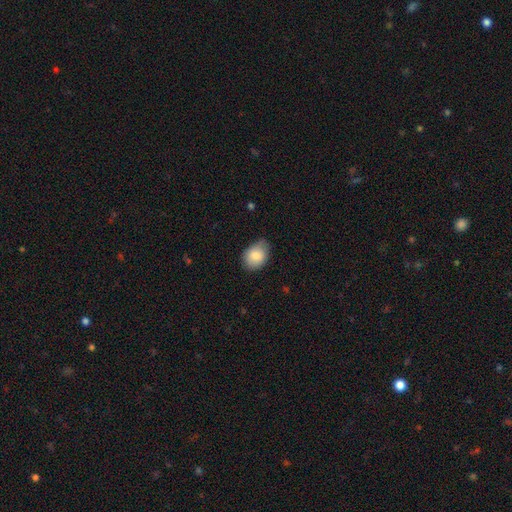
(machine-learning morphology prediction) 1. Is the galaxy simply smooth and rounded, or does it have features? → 83% smooth, 10% featured or disk, 7% star or artifact.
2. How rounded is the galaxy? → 72% in between, 27% round, 1% cigar-shaped.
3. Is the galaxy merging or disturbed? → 66% none, 29% minor disturbance, 4% major disturbance, 1% merger.